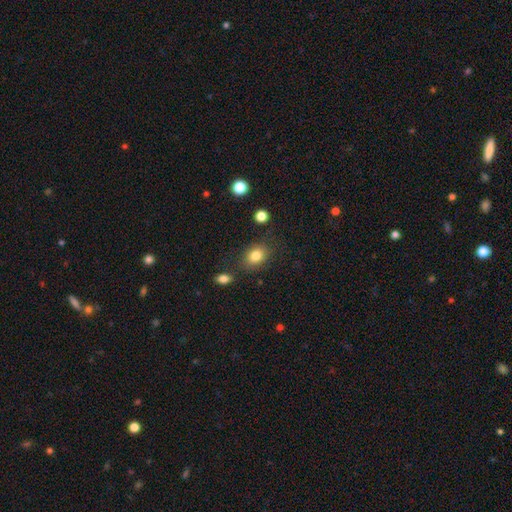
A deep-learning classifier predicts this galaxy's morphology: The model was most divided on "how rounded": in between: 61%, round: 38%, cigar-shaped: 1%. More confident: smooth or featured — smooth (82%); merging — none (79%).